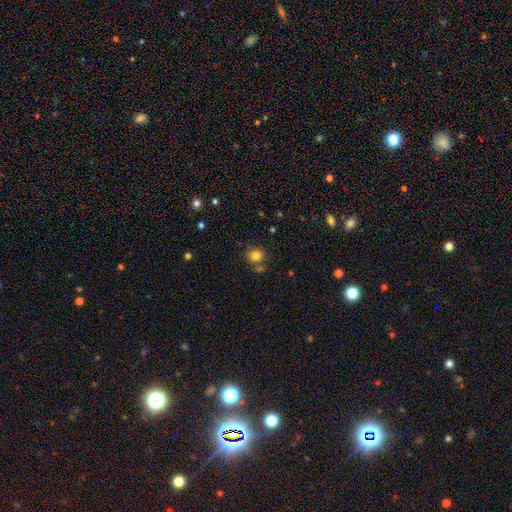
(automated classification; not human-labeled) Morphology: type=smooth (81%); roundness=round (90%); merging=none (74%).